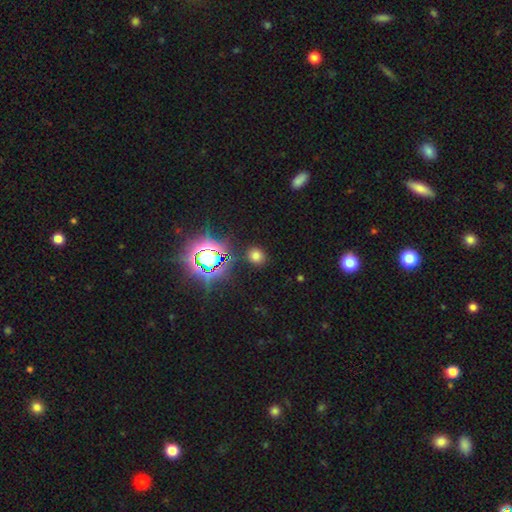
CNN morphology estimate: smooth-or-featured: smooth: 65% | star or artifact: 28% | featured or disk: 7%
  how-rounded: round: 78% | in between: 21% | cigar-shaped: 1%
  merging: none: 86% | minor disturbance: 8% | merger: 3% | major disturbance: 3%